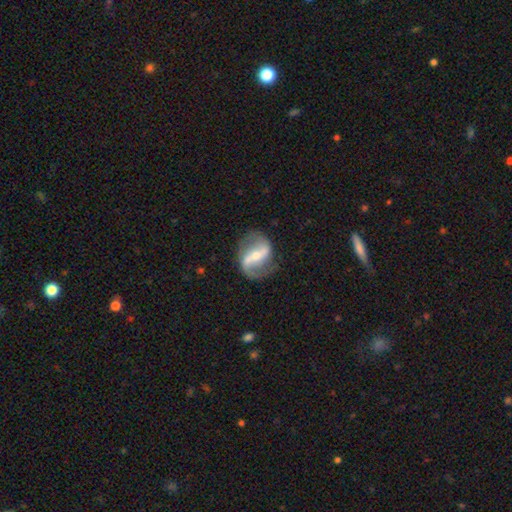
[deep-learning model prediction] This is clearly a featured or disk galaxy (85%). It is clearly not viewed edge-on (96%). Bar: likely strong (61%). Spiral arm pattern: clearly yes (90%). Spiral arm count: clearly 2 (91%). Spiral winding: possibly loose (55%). Central bulge: possibly small (49%). Merging: likely none (78%).